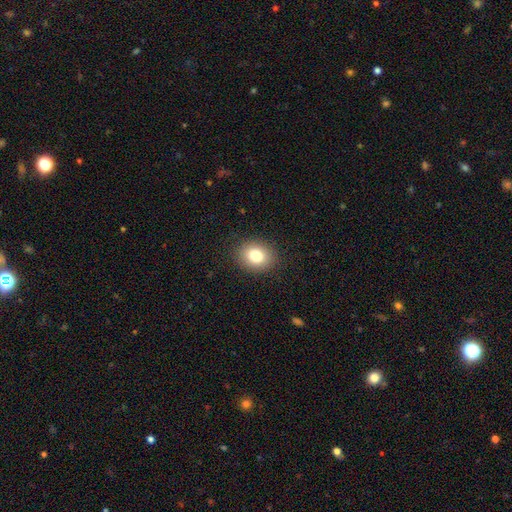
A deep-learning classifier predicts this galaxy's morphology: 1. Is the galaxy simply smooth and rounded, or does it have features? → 81% smooth, 10% star or artifact, 9% featured or disk.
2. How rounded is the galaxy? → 50% in between, 49% round, 1% cigar-shaped.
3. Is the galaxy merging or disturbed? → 88% none, 8% minor disturbance, 3% major disturbance, 1% merger.